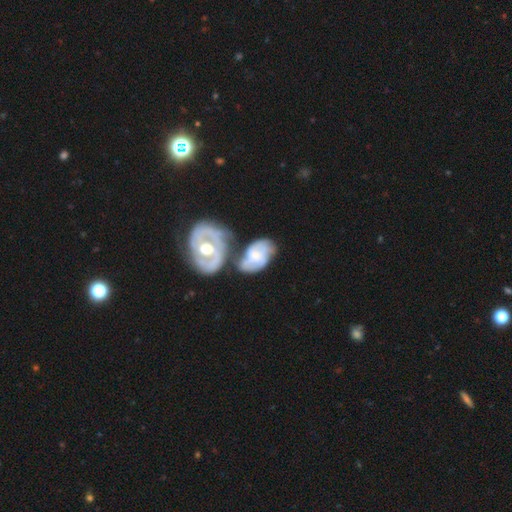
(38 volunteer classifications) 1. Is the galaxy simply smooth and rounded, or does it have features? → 82% featured or disk, 16% smooth, 3% star or artifact.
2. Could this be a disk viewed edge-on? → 97% no, 3% yes.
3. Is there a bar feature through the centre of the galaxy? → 63% no, 33% weak, 3% strong.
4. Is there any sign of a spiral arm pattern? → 90% yes, 10% no.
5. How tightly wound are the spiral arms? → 59% medium, 26% loose, 15% tight.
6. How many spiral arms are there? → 89% 2, 11% can't tell, 0% 1, 0% 3, 0% 4, 0% more than 4.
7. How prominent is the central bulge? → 47% small, 27% moderate, 23% none, 3% dominant, 0% large.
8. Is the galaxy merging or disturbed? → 51% merger, 27% none, 11% minor disturbance, 11% major disturbance.